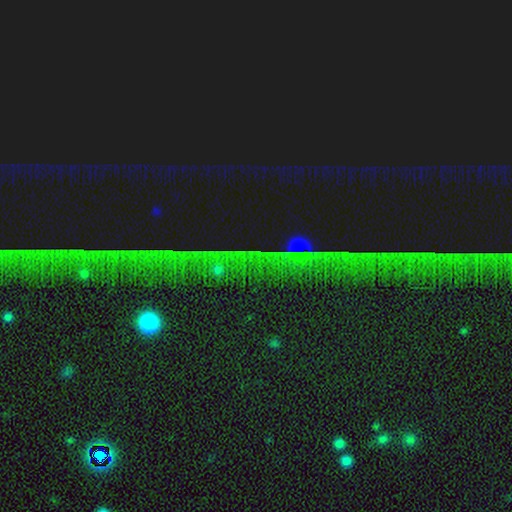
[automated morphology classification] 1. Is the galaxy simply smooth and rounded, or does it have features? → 84% star or artifact, 9% featured or disk, 8% smooth.